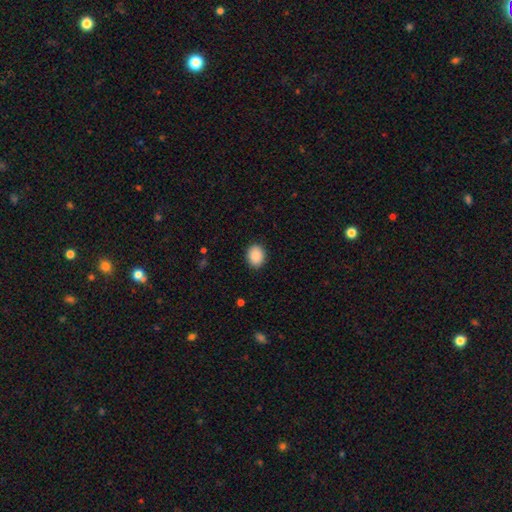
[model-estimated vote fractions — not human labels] smooth-or-featured: smooth: 89% | star or artifact: 7% | featured or disk: 4%
  how-rounded: in between: 51% | round: 48% | cigar-shaped: 1%
  merging: none: 90% | minor disturbance: 7% | major disturbance: 2% | merger: 1%